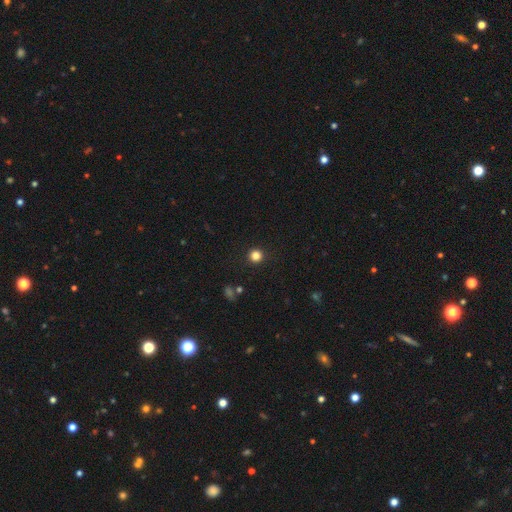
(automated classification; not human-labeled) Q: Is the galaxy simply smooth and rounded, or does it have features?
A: smooth — 82%.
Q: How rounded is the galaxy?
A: round — 95%.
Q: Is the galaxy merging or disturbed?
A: none — 92%.